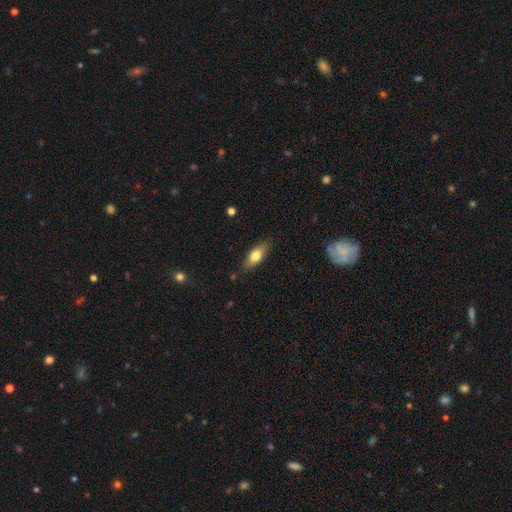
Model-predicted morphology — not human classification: The model was most divided on "how rounded": in between: 68%, cigar-shaped: 29%, round: 3%. More confident: merging — none (84%); smooth or featured — smooth (70%).